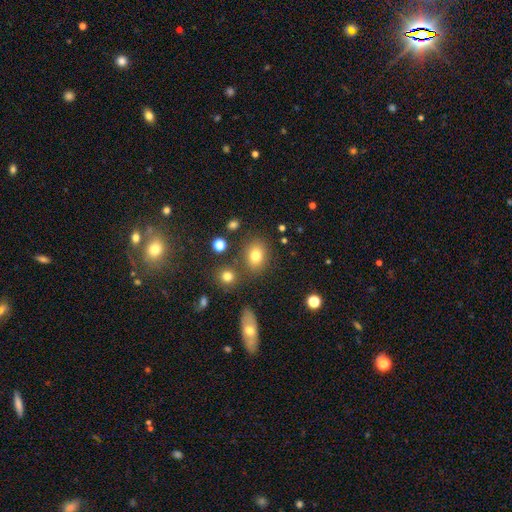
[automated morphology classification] Overall: smooth (76%). How rounded: in between (56%; round 42%). Merging: none (74%).